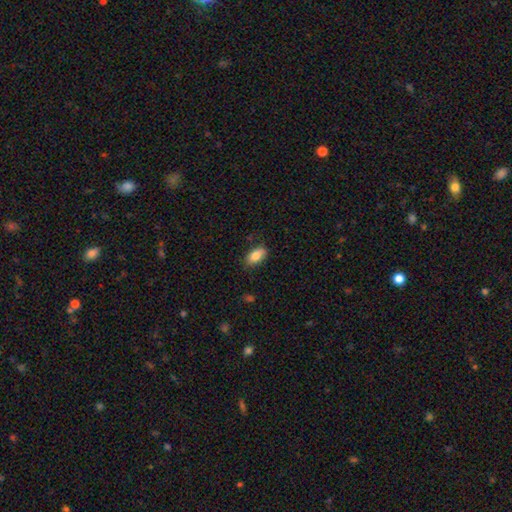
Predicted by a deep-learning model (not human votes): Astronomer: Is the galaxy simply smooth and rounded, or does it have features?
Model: smooth — 83%.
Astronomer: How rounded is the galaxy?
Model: in between — 91%.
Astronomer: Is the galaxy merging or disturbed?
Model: none — 83%.